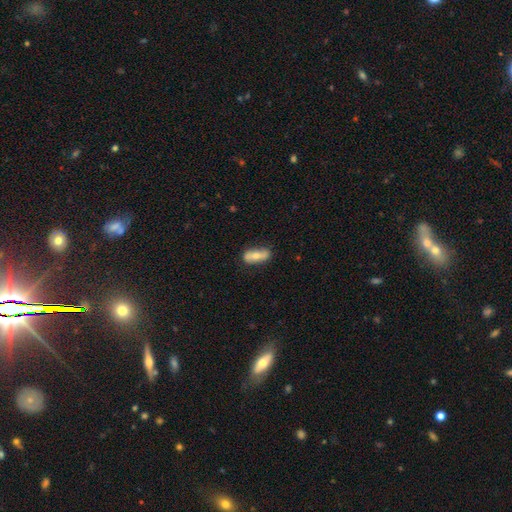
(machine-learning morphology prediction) smooth_or_featured: smooth (p=0.57) [alt: featured or disk p=0.37]
how_rounded: in between (p=0.70) [alt: cigar-shaped p=0.26]
merging: none (p=0.79) [alt: minor disturbance p=0.16]